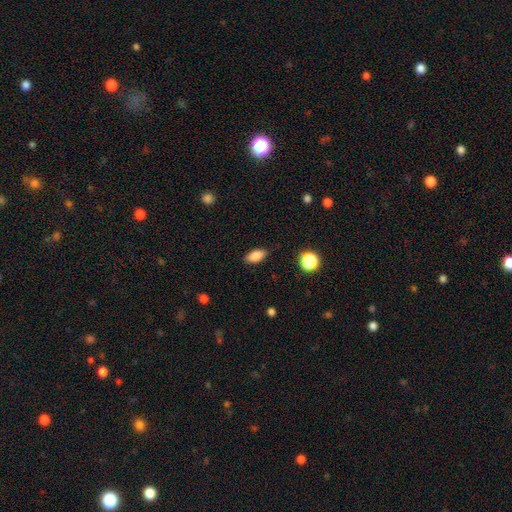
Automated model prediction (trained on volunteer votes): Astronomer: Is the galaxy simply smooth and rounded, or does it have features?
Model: smooth — 83%.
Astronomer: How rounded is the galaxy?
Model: in between — 86%.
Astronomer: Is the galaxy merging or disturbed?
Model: none — 86%.